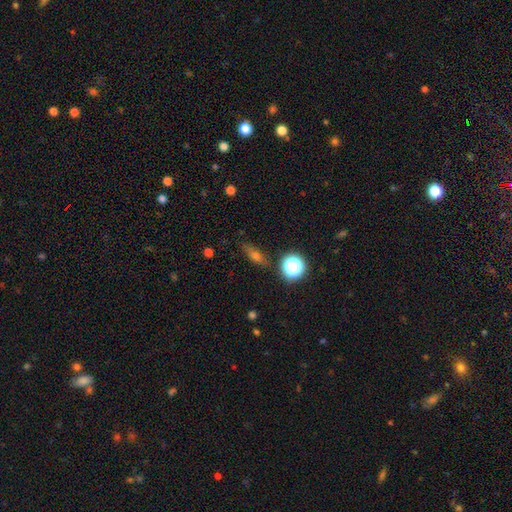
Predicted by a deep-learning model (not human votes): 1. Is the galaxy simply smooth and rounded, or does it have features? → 52% smooth, 25% star or artifact, 23% featured or disk.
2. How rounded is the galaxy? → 42% in between, 35% cigar-shaped, 24% round.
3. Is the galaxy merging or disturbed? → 81% none, 13% minor disturbance, 4% major disturbance, 3% merger.